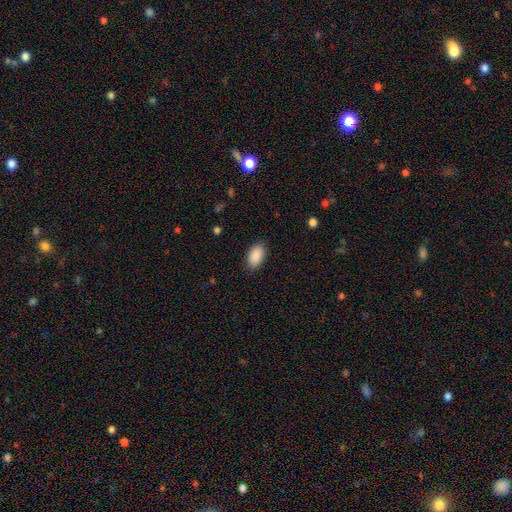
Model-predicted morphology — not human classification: The model was most divided on "merging": none: 86%, minor disturbance: 11%, major disturbance: 3%, merger: 1%. More confident: how rounded — in between (94%); smooth or featured — smooth (90%).